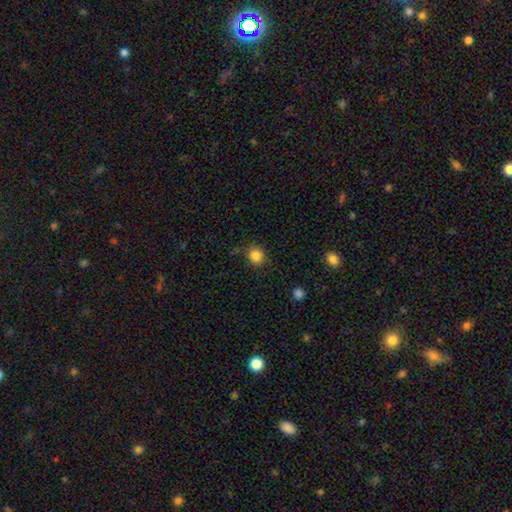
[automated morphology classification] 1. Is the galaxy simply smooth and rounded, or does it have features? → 85% smooth, 11% star or artifact, 4% featured or disk.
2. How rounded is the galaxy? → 85% round, 14% in between, 1% cigar-shaped.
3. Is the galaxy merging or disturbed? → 83% none, 11% minor disturbance, 3% major disturbance, 2% merger.